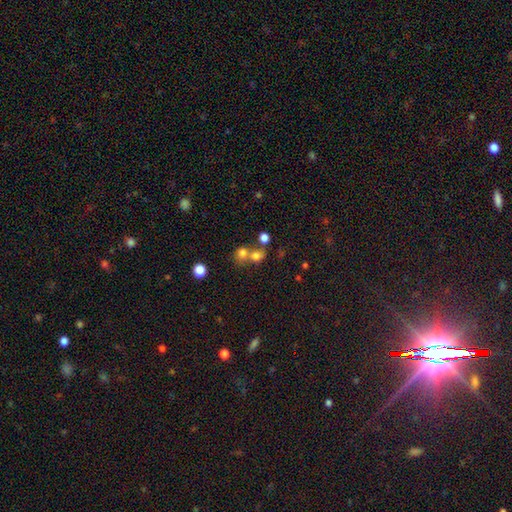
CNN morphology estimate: type=smooth (73%); roundness=round (73%); merging=merger (50%).